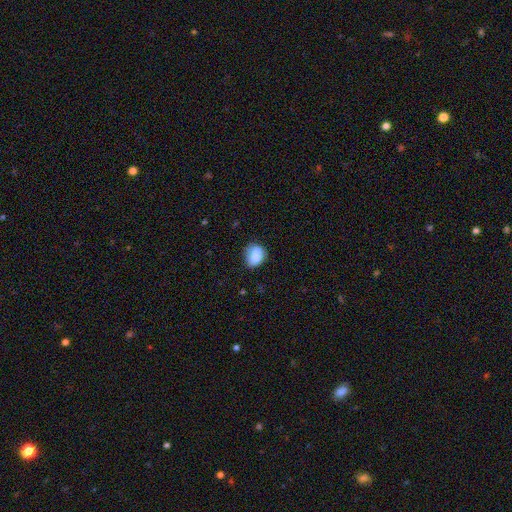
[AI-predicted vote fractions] smooth 80%, featured or disk 12%, star or artifact 8%. Down the decision tree: how rounded — in between (63%); merging — none (70%).